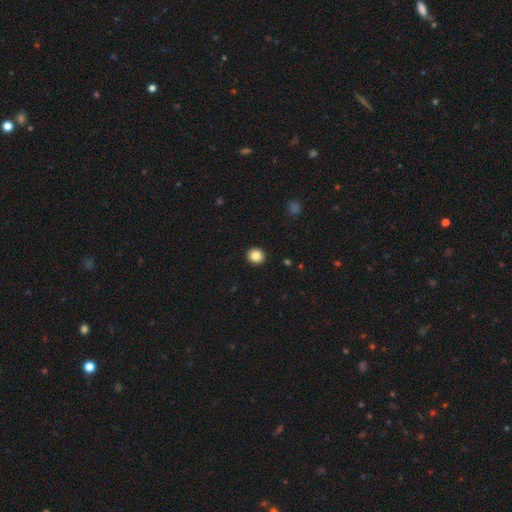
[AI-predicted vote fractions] A smooth galaxy with no disk features (85%) that is round (87%).

Vote fractions:
- Smooth or featured? smooth: 85% / star or artifact: 10% / featured or disk: 6%
- How rounded? round: 87% / in between: 12% / cigar-shaped: 1%
- Merging? none: 93% / minor disturbance: 5% / major disturbance: 1% / merger: 1%